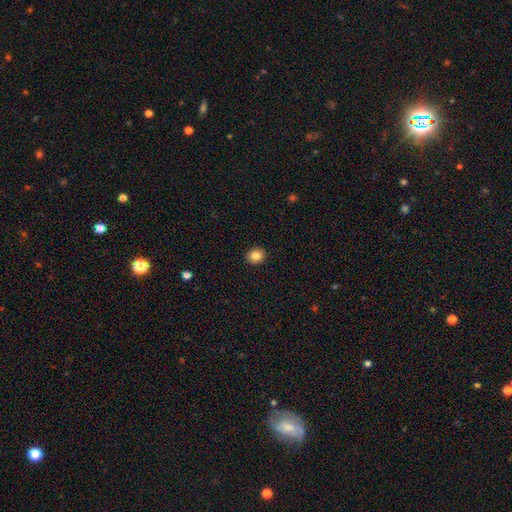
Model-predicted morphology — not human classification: This is clearly a smooth galaxy (84%). How rounded: likely round (75%). Merging: clearly none (92%).